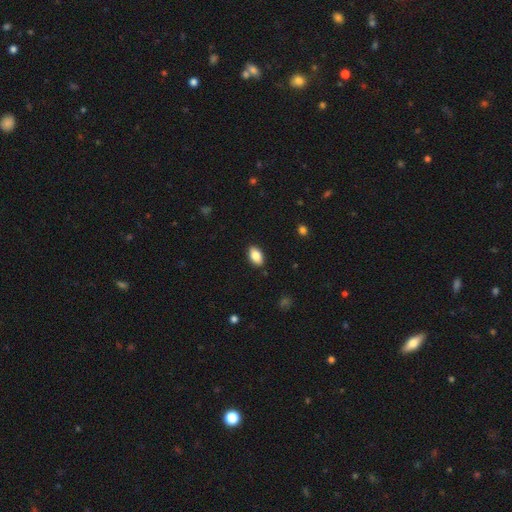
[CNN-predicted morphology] Smooth or featured: smooth — 85% (featured or disk — 8%)
How rounded: in between — 92% (round — 6%)
Merging: none — 88% (minor disturbance — 9%)